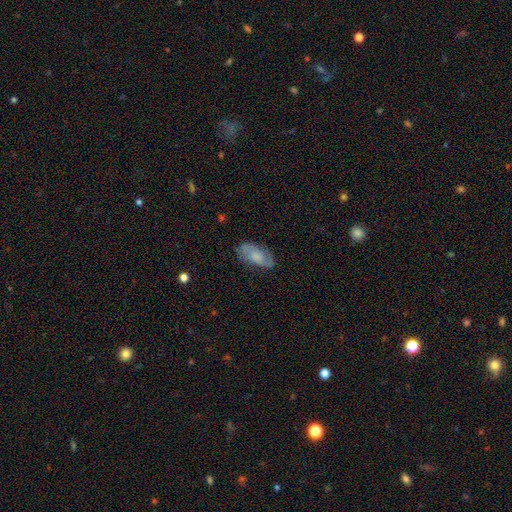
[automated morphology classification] Q: Smooth or featured?
A: smooth (50%); runner-up: featured or disk (43%)
Q: Merging?
A: none (74%); runner-up: minor disturbance (19%)